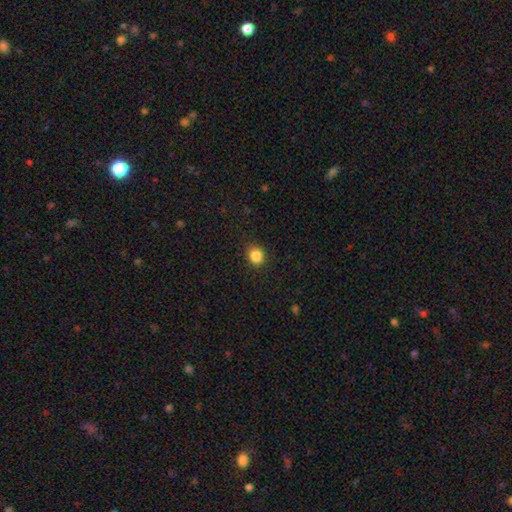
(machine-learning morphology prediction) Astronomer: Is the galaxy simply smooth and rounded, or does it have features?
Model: smooth — 86%.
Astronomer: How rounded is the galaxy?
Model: round — 69%.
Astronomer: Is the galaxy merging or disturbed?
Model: none — 87%.